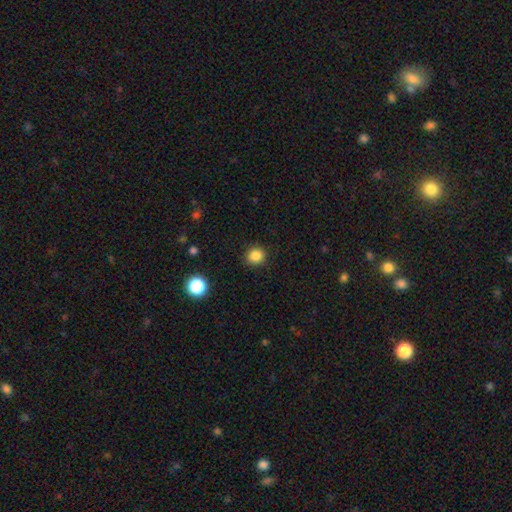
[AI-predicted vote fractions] Smooth or featured: smooth — 85% (star or artifact — 12%)
How rounded: round — 85% (in between — 14%)
Merging: none — 89% (minor disturbance — 8%)